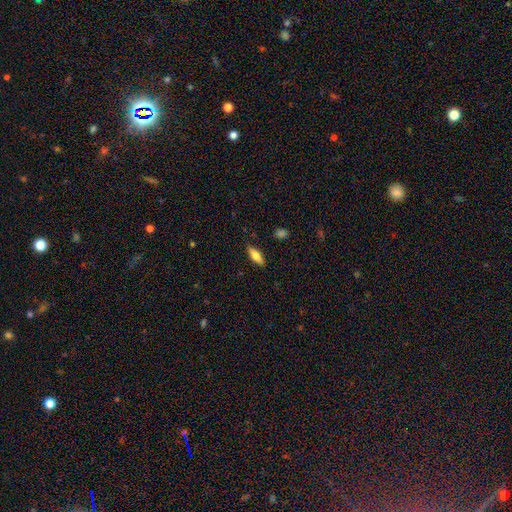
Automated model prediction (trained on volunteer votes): Morphology: type=smooth (70%); roundness=in between (60%); merging=none (87%).